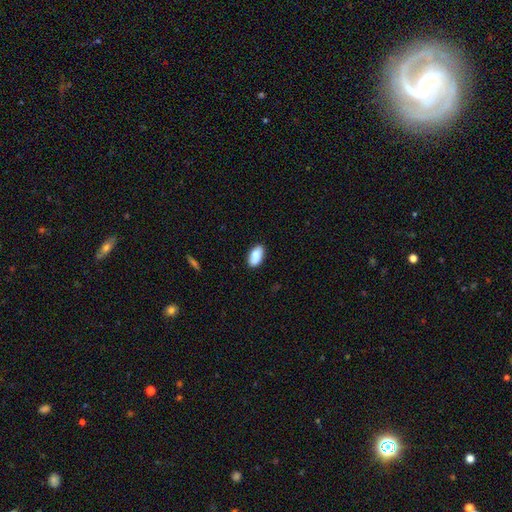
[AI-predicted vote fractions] Smooth or featured? Predicted: smooth (p=0.84). How rounded? Predicted: in between (p=0.93). Merging? Predicted: none (p=0.85).